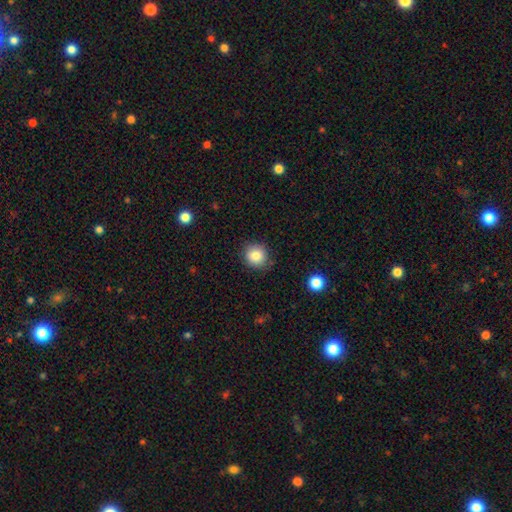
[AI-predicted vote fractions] Smooth or featured? smooth (84%)
How rounded? round (88%)
Merging? none (85%)